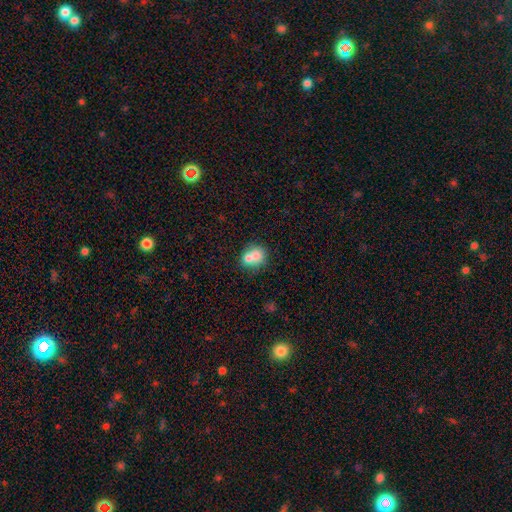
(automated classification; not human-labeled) Smooth or featured? Predicted: smooth (p=0.70). How rounded? Predicted: round (p=0.71). Merging? Predicted: merger (p=0.53).